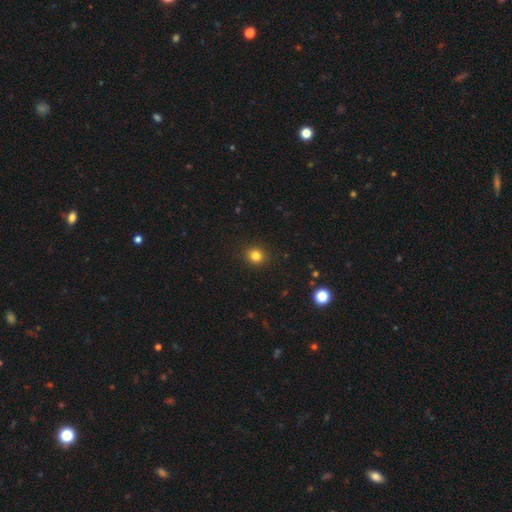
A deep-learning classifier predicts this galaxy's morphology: type=smooth (82%); roundness=round (89%); merging=none (92%).